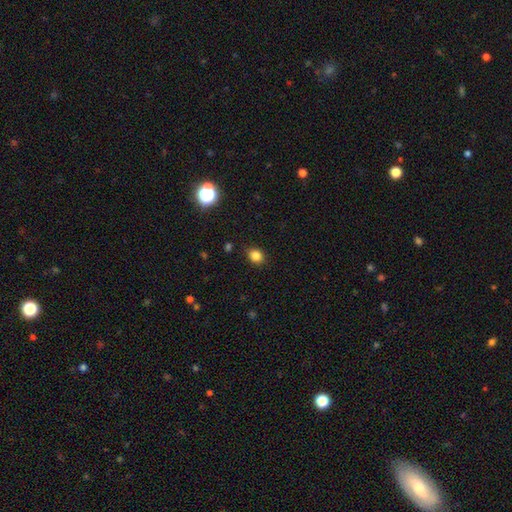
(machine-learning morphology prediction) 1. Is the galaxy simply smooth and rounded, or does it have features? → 83% smooth, 12% star or artifact, 4% featured or disk.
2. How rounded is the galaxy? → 59% round, 40% in between, 1% cigar-shaped.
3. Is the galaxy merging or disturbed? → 87% none, 9% minor disturbance, 2% major disturbance, 1% merger.